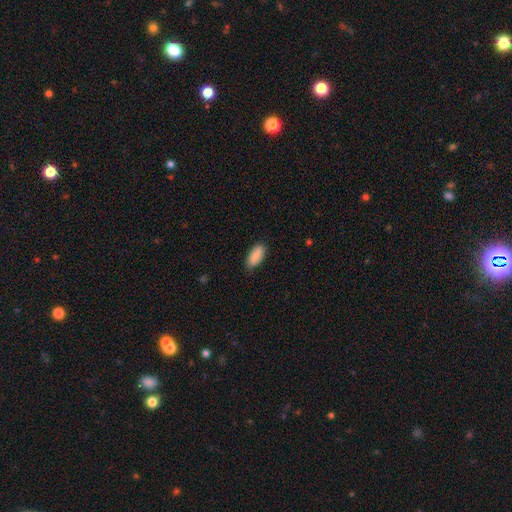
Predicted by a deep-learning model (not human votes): smooth_or_featured: smooth (p=0.88) [alt: star or artifact p=0.06]
how_rounded: in between (p=0.87) [alt: cigar-shaped p=0.11]
merging: none (p=0.84) [alt: minor disturbance p=0.13]